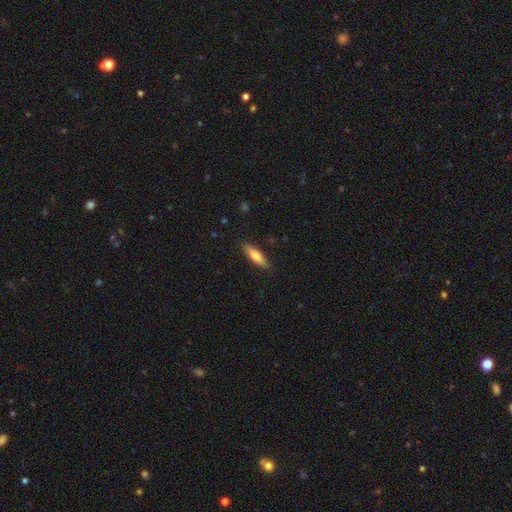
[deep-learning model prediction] smooth 68%, featured or disk 26%, star or artifact 6%. Down the decision tree: how rounded — cigar-shaped (64%); merging — none (88%).